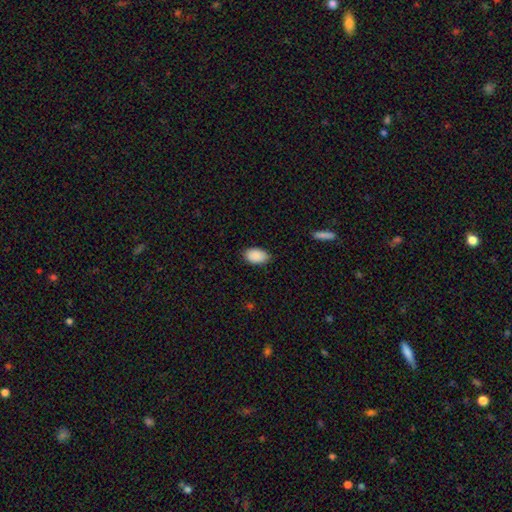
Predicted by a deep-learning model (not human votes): smooth-or-featured: smooth: 90% | star or artifact: 7% | featured or disk: 3%
  how-rounded: in between: 92% | round: 6% | cigar-shaped: 1%
  merging: none: 81% | minor disturbance: 15% | major disturbance: 2% | merger: 1%